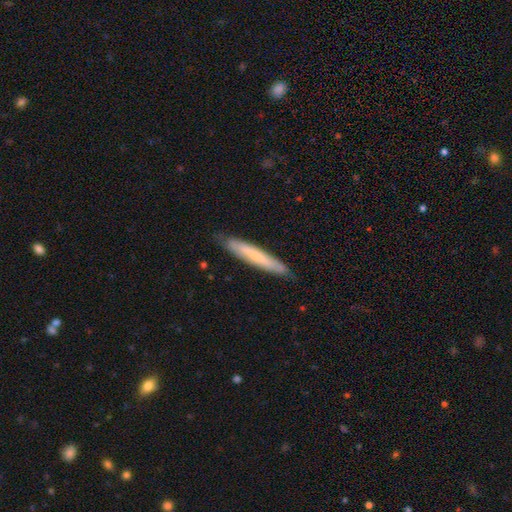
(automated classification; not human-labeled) Overall: smooth (58%; featured or disk 36%). How rounded: cigar-shaped (94%). Merging: none (84%).